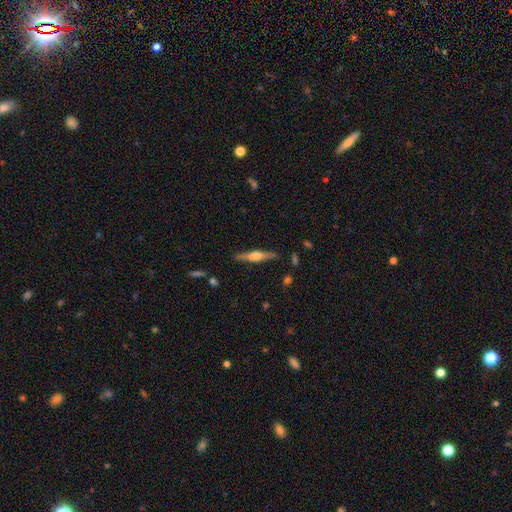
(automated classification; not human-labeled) Smooth or featured: featured or disk — 67% (smooth — 27%)
Edge-on disk: yes — 97% (no — 3%)
Edge-on bulge: rounded — 85% (boxy — 11%)
Merging: none — 88% (minor disturbance — 8%)